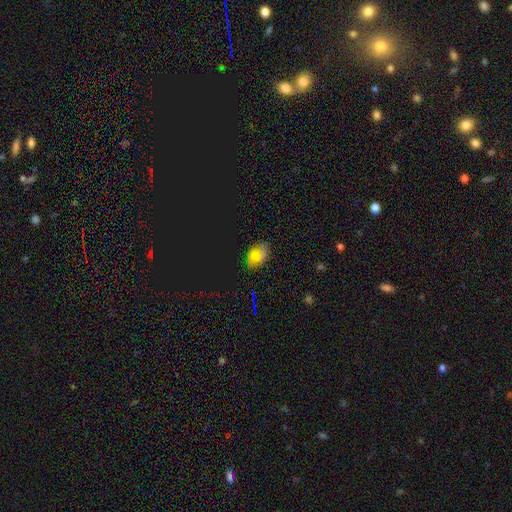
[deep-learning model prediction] smooth_or_featured: smooth (p=0.55) [alt: star or artifact p=0.34]
how_rounded: in between (p=0.82) [alt: round p=0.15]
merging: none (p=0.75) [alt: minor disturbance p=0.16]